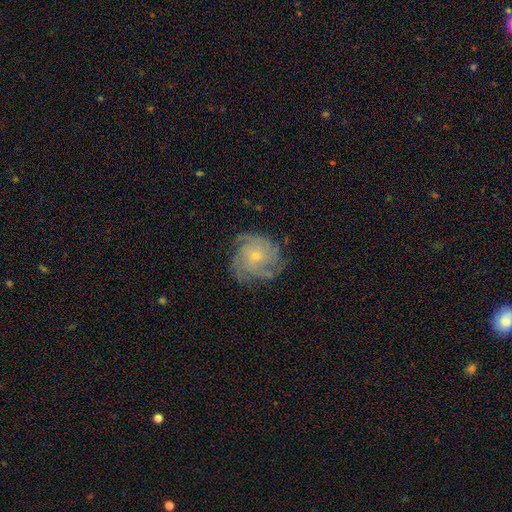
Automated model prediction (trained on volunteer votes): Smooth or featured? Predicted: featured or disk (p=0.77). Edge-on disk? Predicted: no (p=0.98). Bar? Predicted: no (p=0.80). Spiral arms? Predicted: yes (p=0.93). Spiral winding? Predicted: tight (p=0.55). Spiral arm count? Predicted: can't tell (p=0.27). Bulge size? Predicted: small (p=0.80). Merging? Predicted: none (p=0.71).